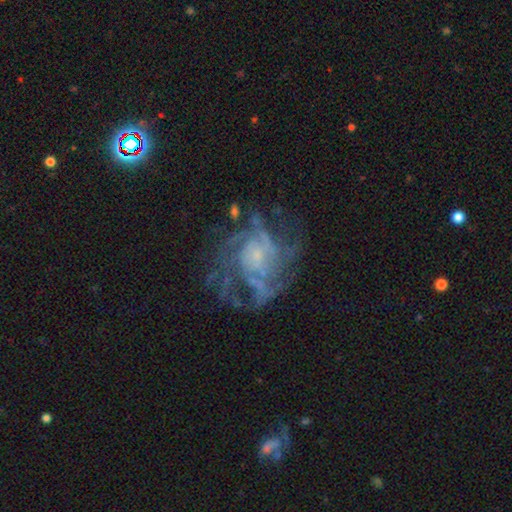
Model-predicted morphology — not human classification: smooth-or-featured: featured or disk: 81% | star or artifact: 10% | smooth: 9%
  disk-edge-on: no: 98% | yes: 2%
    bar: no: 74% | weak: 22% | strong: 4%
    has-spiral-arms: yes: 88% | no: 12%
      spiral-winding: tight: 43% | medium: 40% | loose: 16%
      spiral-arm-count: can't tell: 35% | 4: 21% | 3: 17% | 2: 11% | more than 4: 10% | 1: 6%
    bulge-size: small: 63% | moderate: 18% | none: 14% | large: 3% | dominant: 1%
  merging: none: 59% | major disturbance: 21% | minor disturbance: 17% | merger: 3%